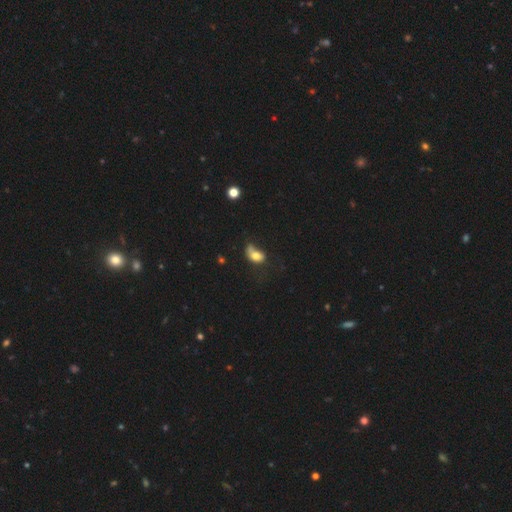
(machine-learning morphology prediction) The model was most divided on "merging": major disturbance: 33%, minor disturbance: 29%, none: 26%, merger: 12%. More confident: how rounded — in between (76%); smooth or featured — smooth (72%).